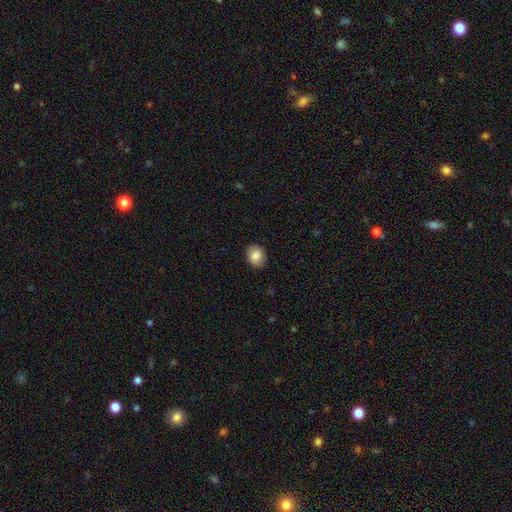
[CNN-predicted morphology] smooth_or_featured: smooth (p=0.84) [alt: featured or disk p=0.08]
how_rounded: in between (p=0.53) [alt: round p=0.46]
merging: none (p=0.85) [alt: minor disturbance p=0.11]